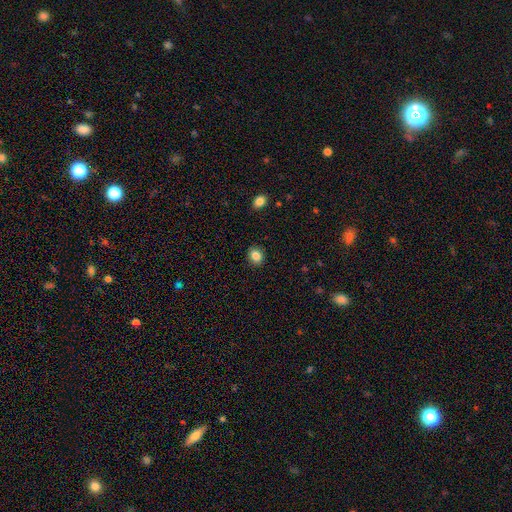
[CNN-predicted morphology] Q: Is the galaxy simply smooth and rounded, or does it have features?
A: smooth — 85%.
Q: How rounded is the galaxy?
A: round — 63%.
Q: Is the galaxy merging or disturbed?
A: none — 90%.